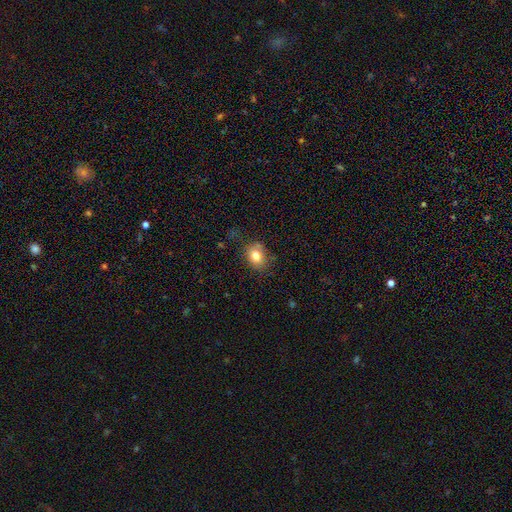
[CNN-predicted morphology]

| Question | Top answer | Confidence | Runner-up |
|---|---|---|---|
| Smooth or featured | smooth | 80% | star or artifact (11%) |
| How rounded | in between | 50% | tied: round (50%) |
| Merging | none | 78% | minor disturbance (16%) |